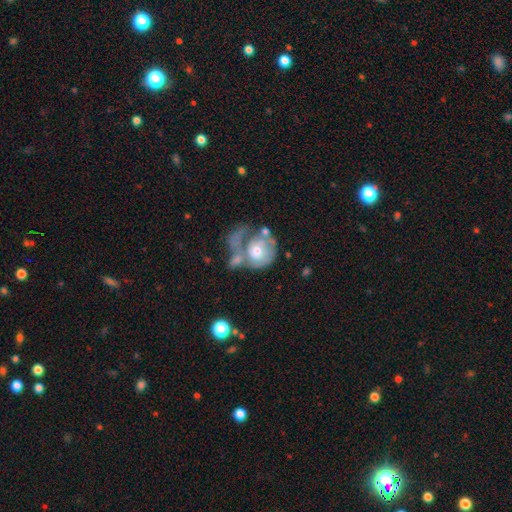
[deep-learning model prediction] Morphology: type=featured or disk (62%); edge-on=no (97%); bar=no (82%); spiral arms=yes (55%); bulge=moderate (63%); merging=merger (37%).